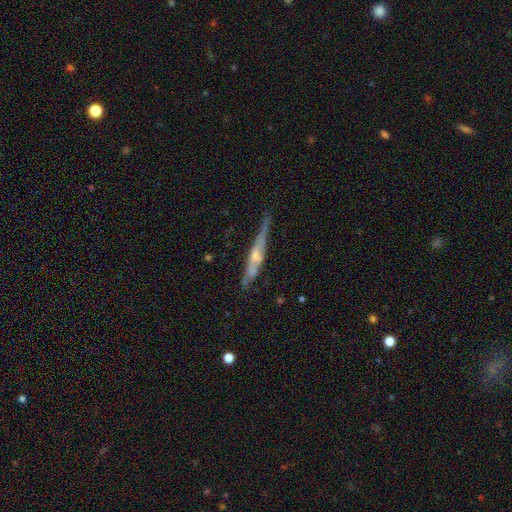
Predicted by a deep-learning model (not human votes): The model was most divided on "edge-on bulge": rounded: 63%, none: 24%, boxy: 13%. More confident: edge-on disk — yes (95%); merging — none (75%); smooth or featured — featured or disk (72%).